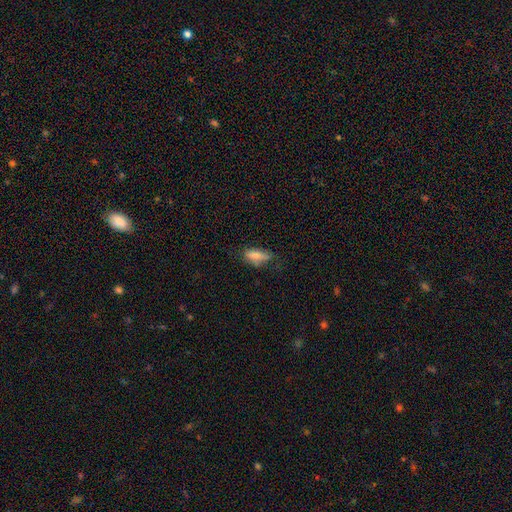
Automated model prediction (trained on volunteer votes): smooth 74%, featured or disk 18%, star or artifact 8%. Down the decision tree: how rounded — in between (71%); merging — none (53%).